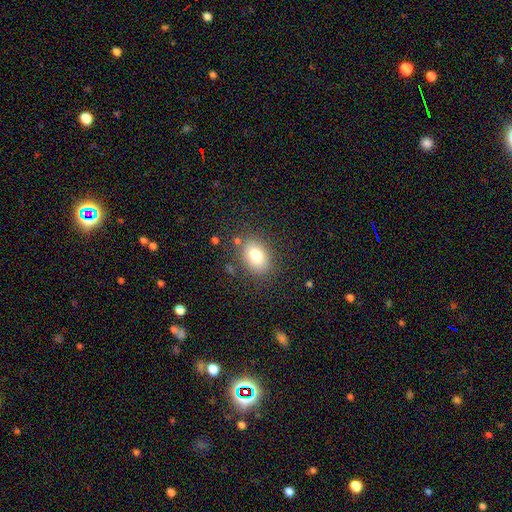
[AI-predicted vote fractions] Smooth or featured: smooth — 81% (featured or disk — 10%)
How rounded: in between — 78% (round — 20%)
Merging: none — 79% (minor disturbance — 13%)